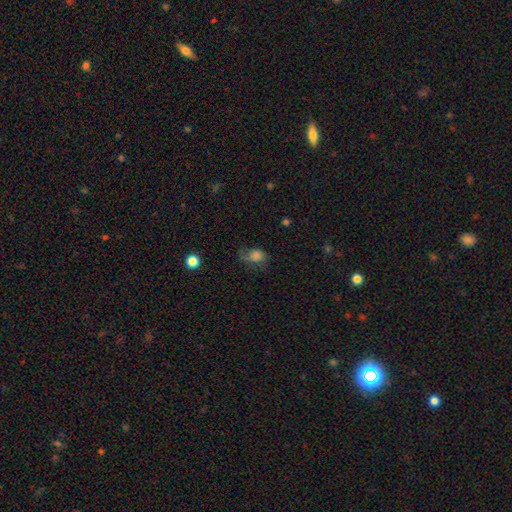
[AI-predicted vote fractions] This appears to be a smooth galaxy with no disk features (68%) that is in between round and cigar-shaped (69%). Merging: none (39%).